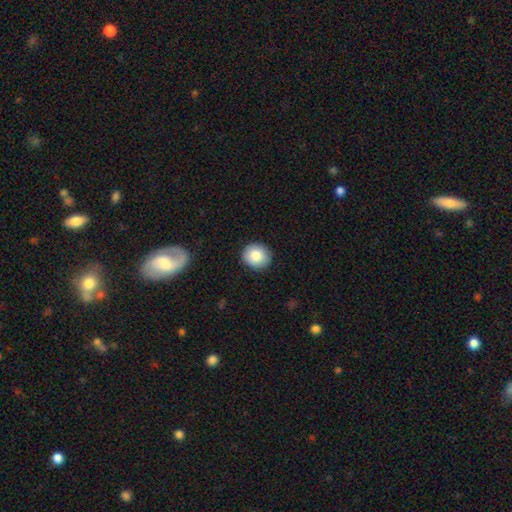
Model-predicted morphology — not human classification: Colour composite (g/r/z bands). It shows a smooth galaxy with no disk features (85%) that is round (88%). Merging: none (90%).